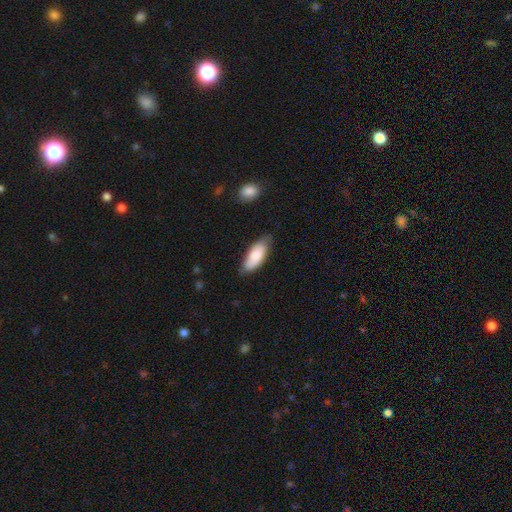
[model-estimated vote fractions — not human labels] This is likely a smooth galaxy (78%). How rounded: clearly in between (81%). Merging: likely none (69%).